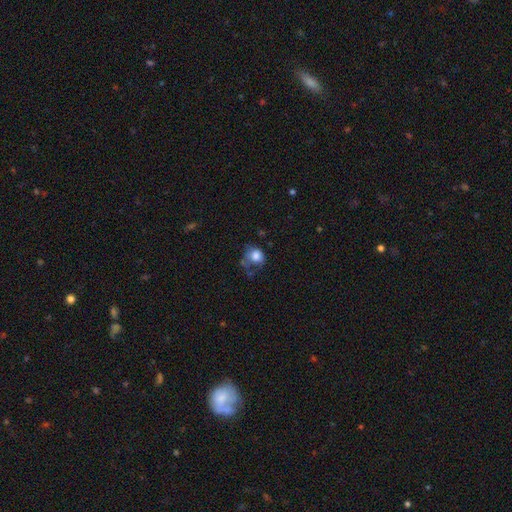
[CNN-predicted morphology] Smooth or featured? smooth (73%)
How rounded? round (62%)
Merging? none (32%, tied with major disturbance)